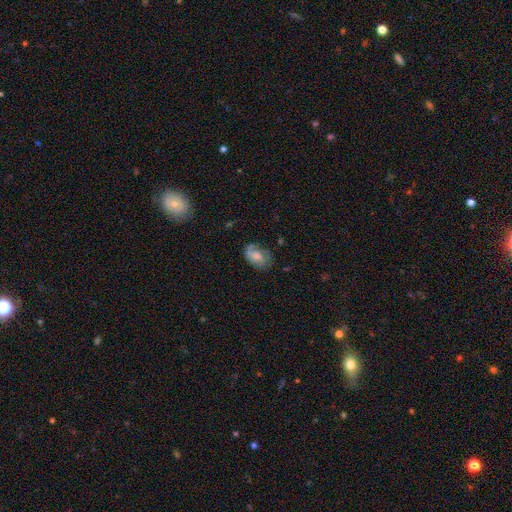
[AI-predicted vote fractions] smooth-or-featured: smooth: 50% | featured or disk: 41% | star or artifact: 9%
  merging: none: 53% | minor disturbance: 27% | major disturbance: 16% | merger: 4%